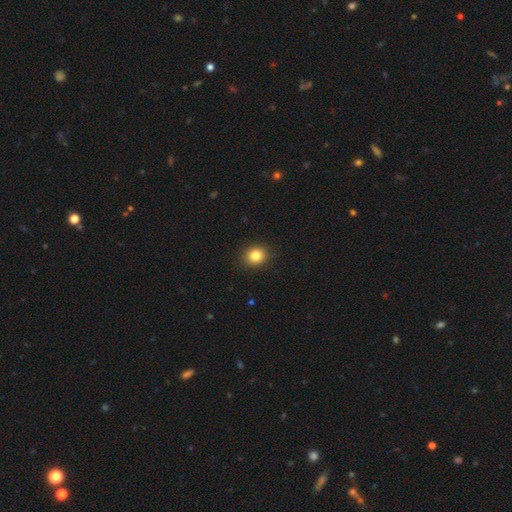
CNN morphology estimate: The model was most divided on "how rounded": round: 77%, in between: 22%, cigar-shaped: 1%. More confident: merging — none (90%); smooth or featured — smooth (84%).